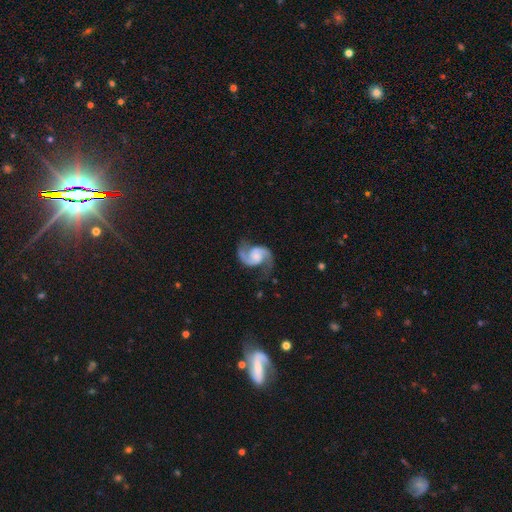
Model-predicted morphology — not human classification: Smooth or featured? Predicted: featured or disk (p=0.92). Edge-on disk? Predicted: no (p=0.98). Bar? Predicted: no (p=0.56). Spiral arms? Predicted: yes (p=0.98). Spiral winding? Predicted: medium (p=0.54). Spiral arm count? Predicted: 2 (p=0.94). Bulge size? Predicted: none (p=0.34). Merging? Predicted: none (p=0.75).